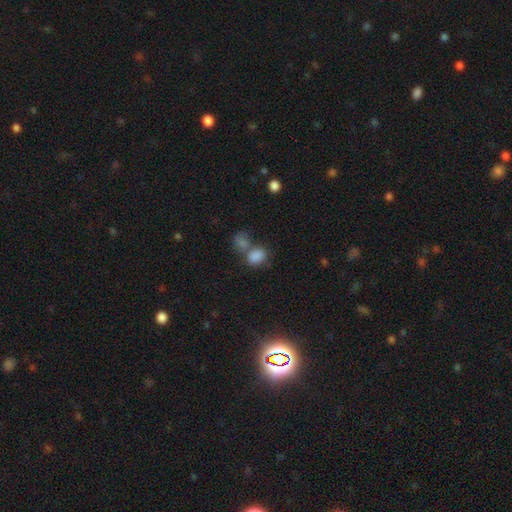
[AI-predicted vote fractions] Smooth or featured? Predicted: smooth (p=0.83). How rounded? Predicted: in between (p=0.72). Merging? Predicted: merger (p=0.49).